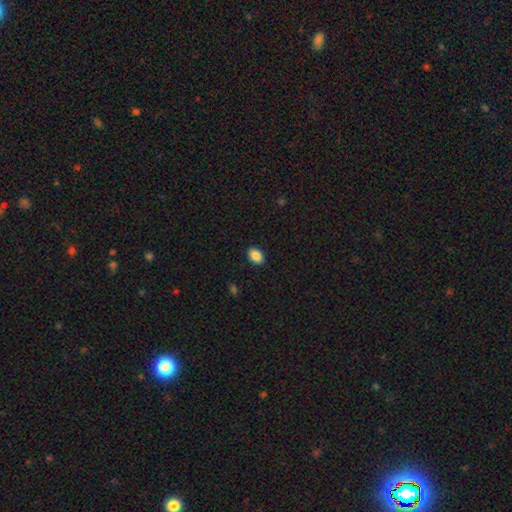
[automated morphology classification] The model was most divided on "how rounded": in between: 84%, round: 15%, cigar-shaped: 1%. More confident: merging — none (90%); smooth or featured — smooth (88%).